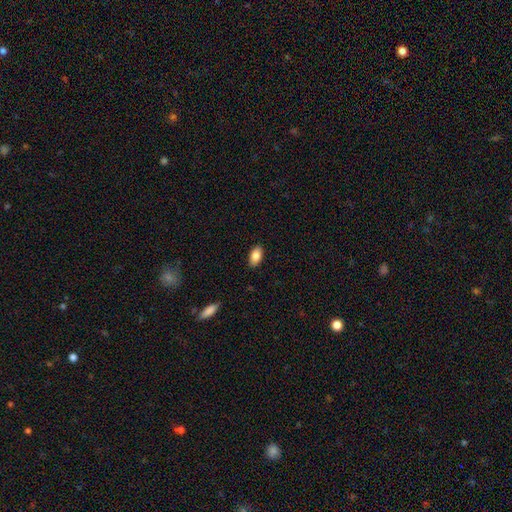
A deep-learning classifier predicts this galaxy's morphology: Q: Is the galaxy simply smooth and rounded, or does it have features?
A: smooth — 86%.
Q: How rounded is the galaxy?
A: in between — 93%.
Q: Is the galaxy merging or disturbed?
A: none — 88%.